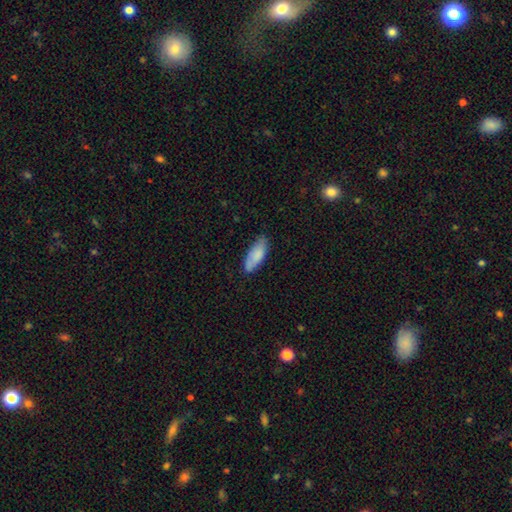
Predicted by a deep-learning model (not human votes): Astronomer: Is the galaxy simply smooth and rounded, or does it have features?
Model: smooth — 83%.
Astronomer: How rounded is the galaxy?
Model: in between — 75%.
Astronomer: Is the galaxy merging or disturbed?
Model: none — 74%.